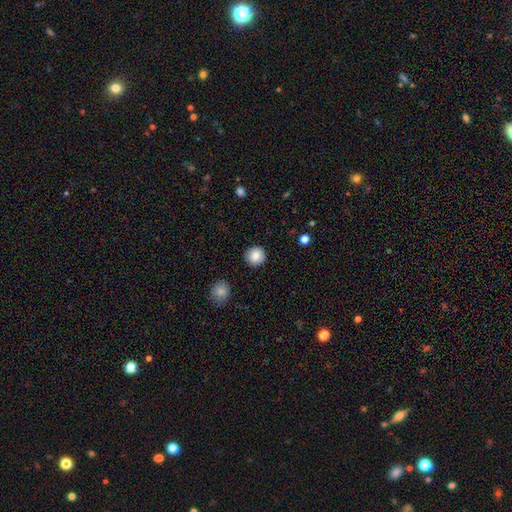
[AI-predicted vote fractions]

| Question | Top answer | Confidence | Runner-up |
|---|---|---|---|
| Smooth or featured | smooth | 86% | star or artifact (8%) |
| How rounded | round | 94% | in between (5%) |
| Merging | none | 92% | minor disturbance (5%) |